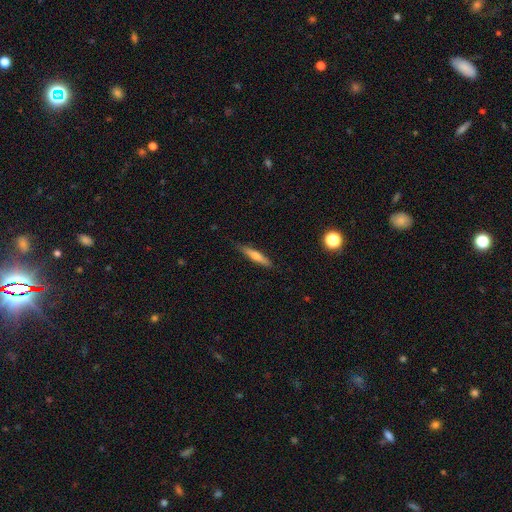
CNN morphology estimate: smooth 53%, featured or disk 40%, star or artifact 6%. Down the decision tree: how rounded — cigar-shaped (88%); merging — none (85%).